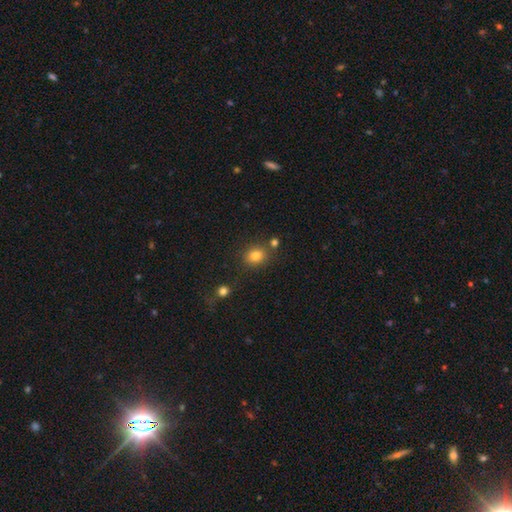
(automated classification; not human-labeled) smooth 81%, star or artifact 12%, featured or disk 7%. Down the decision tree: how rounded — round (62%); merging — none (74%).